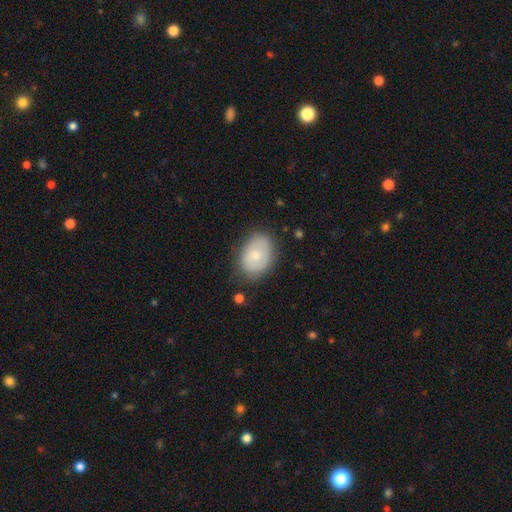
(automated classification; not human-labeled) Smooth or featured? smooth (66%)
How rounded? in between (76%)
Merging? none (75%)